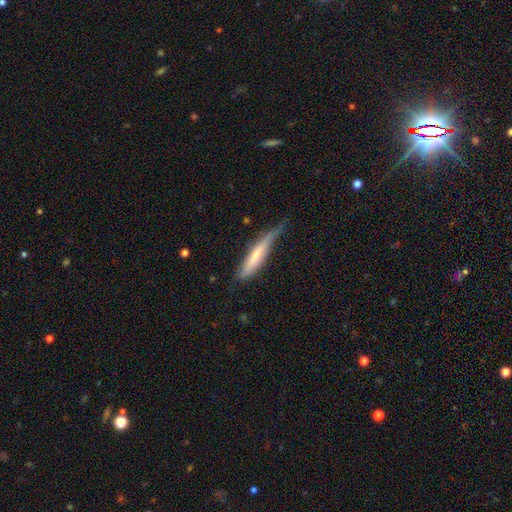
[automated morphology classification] type=smooth (57%); roundness=cigar-shaped (89%); merging=none (48%).